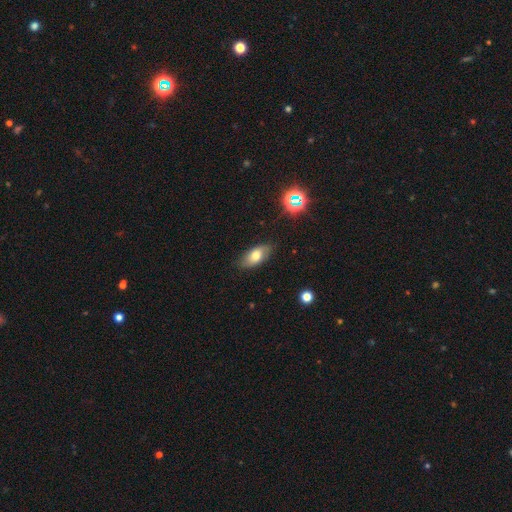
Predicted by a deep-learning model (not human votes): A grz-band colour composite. It shows a smooth galaxy with no disk features (68%) that is in between round and cigar-shaped (89%). Merging: none (80%).